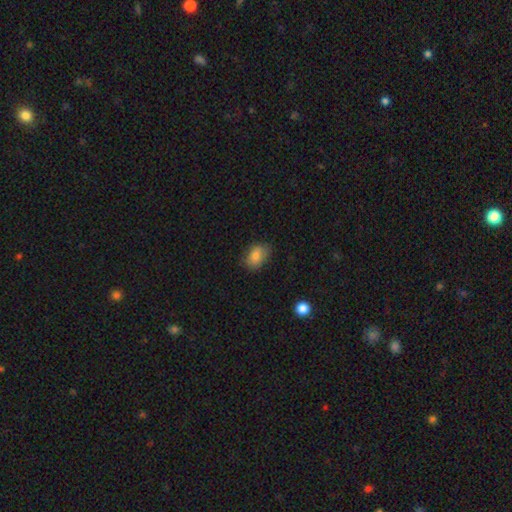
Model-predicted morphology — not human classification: A smooth galaxy with no disk features (83%) that is in between round and cigar-shaped (80%). Merging: none (73%).